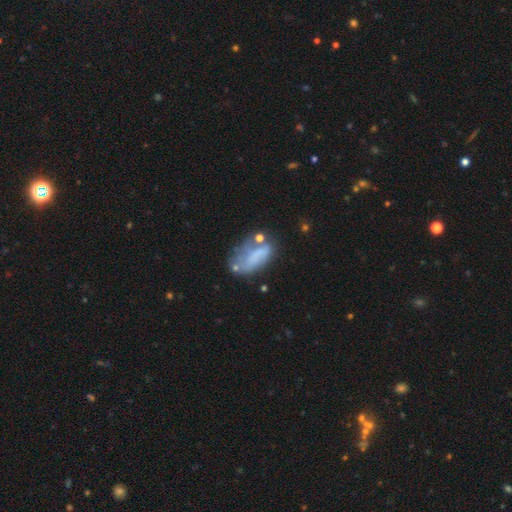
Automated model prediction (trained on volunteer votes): Q: Smooth or featured?
A: smooth (54%); runner-up: featured or disk (36%)
Q: How rounded?
A: in between (84%); runner-up: cigar-shaped (12%)
Q: Merging?
A: none (35%); runner-up: minor disturbance (27%)